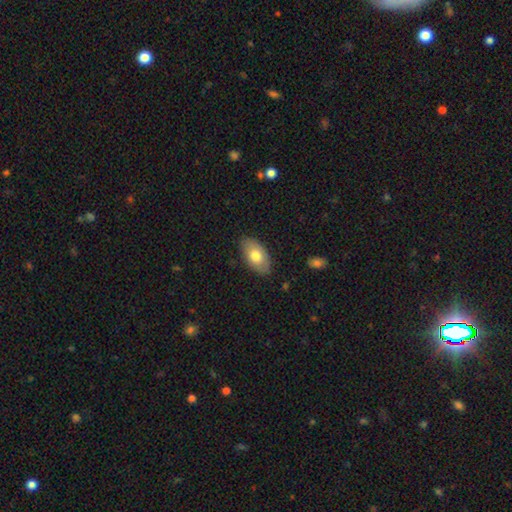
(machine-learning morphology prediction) Smooth or featured? smooth (72%)
How rounded? in between (94%)
Merging? none (84%)